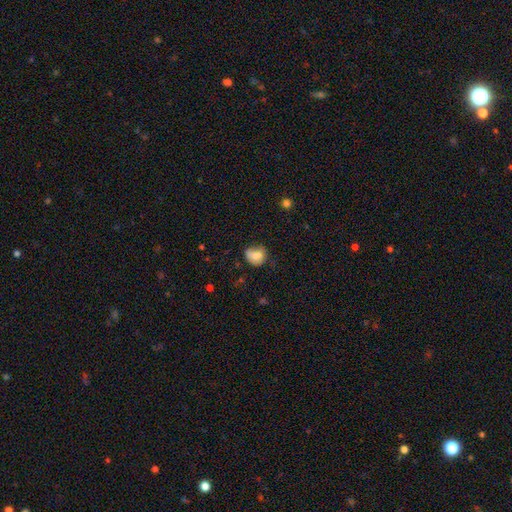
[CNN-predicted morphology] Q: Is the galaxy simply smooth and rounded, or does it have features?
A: smooth — 71%.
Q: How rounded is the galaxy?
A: round — 63%.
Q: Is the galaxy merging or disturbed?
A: none — 49%.